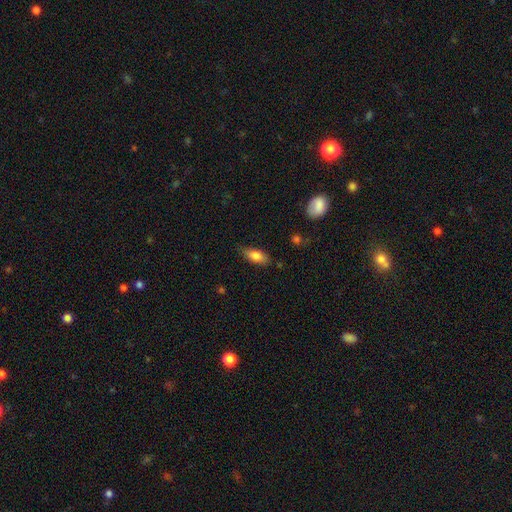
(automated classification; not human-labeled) Overall: smooth (80%). How rounded: in between (80%). Merging: none (79%).